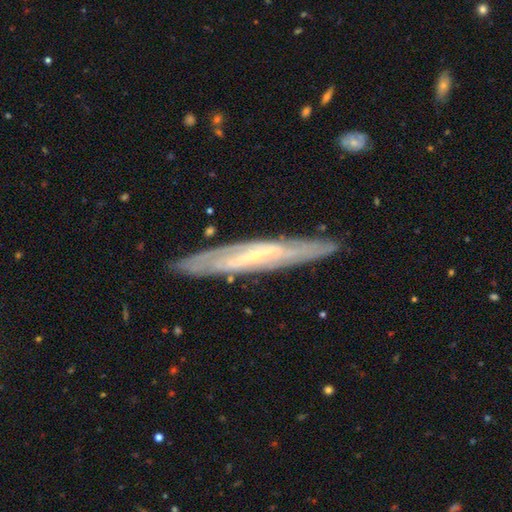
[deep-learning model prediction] Smooth or featured? Predicted: featured or disk (p=0.75). Edge-on disk? Predicted: yes (p=0.65). Merging? Predicted: none (p=0.83).